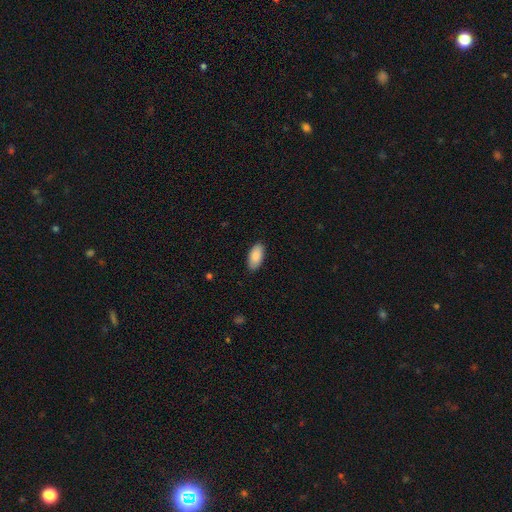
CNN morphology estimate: A smooth galaxy with no disk features (89%) that is in between round and cigar-shaped (93%).

Vote fractions:
- Smooth or featured? smooth: 89% / star or artifact: 6% / featured or disk: 5%
- How rounded? in between: 93% / cigar-shaped: 5% / round: 2%
- Merging? none: 88% / minor disturbance: 9% / major disturbance: 2% / merger: 1%